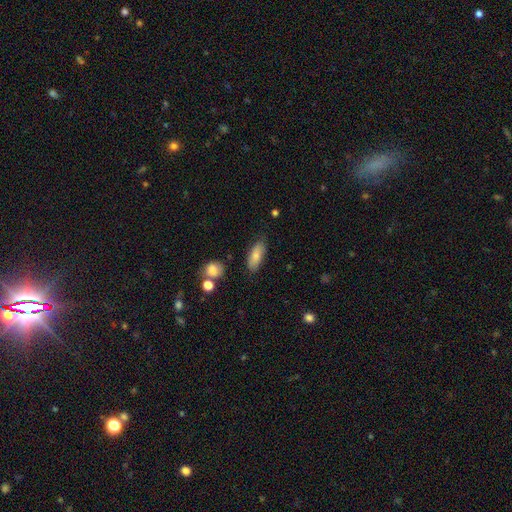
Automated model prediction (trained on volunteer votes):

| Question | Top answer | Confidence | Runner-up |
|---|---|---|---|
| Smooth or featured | smooth | 81% | featured or disk (12%) |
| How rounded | in between | 79% | cigar-shaped (18%) |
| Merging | none | 78% | minor disturbance (16%) |